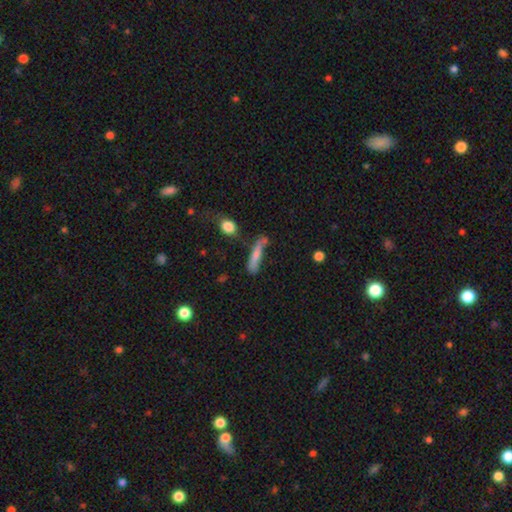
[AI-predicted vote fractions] Q: Smooth or featured?
A: smooth (70%); runner-up: featured or disk (22%)
Q: How rounded?
A: cigar-shaped (83%); runner-up: in between (14%)
Q: Merging?
A: none (50%); runner-up: minor disturbance (24%)